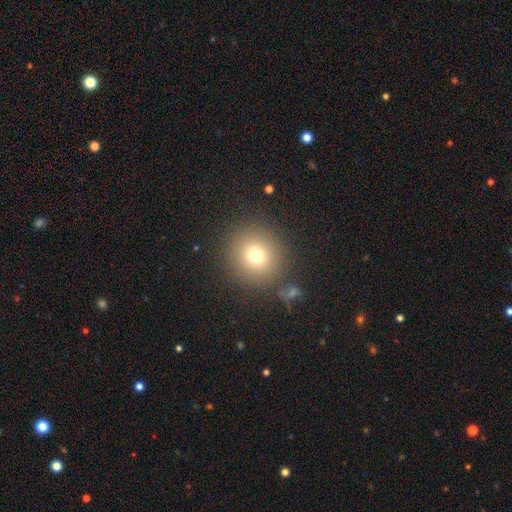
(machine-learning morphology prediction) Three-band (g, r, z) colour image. It shows a smooth galaxy with no disk features (74%) that is round (92%). Merging: none (85%).